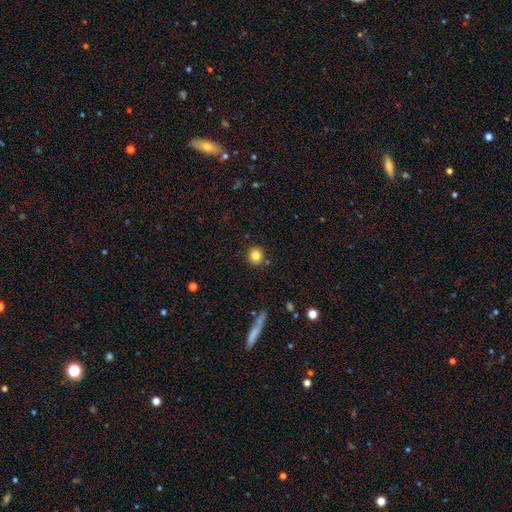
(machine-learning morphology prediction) Smooth or featured?
  - smooth: 82% *
  - star or artifact: 10%
  - featured or disk: 8%
How rounded?
  - round: 84% *
  - in between: 15%
  - cigar-shaped: 1%
Merging?
  - none: 86% *
  - minor disturbance: 8%
  - merger: 4%
  - major disturbance: 2%